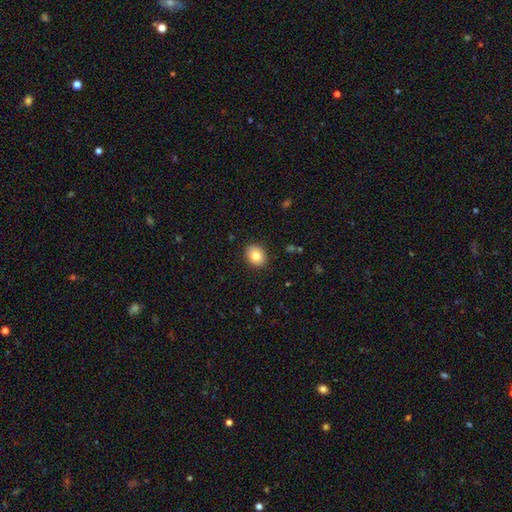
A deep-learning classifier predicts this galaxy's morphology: The model was most divided on "how rounded": round: 53%, in between: 46%, cigar-shaped: 1%. More confident: merging — none (89%); smooth or featured — smooth (81%).